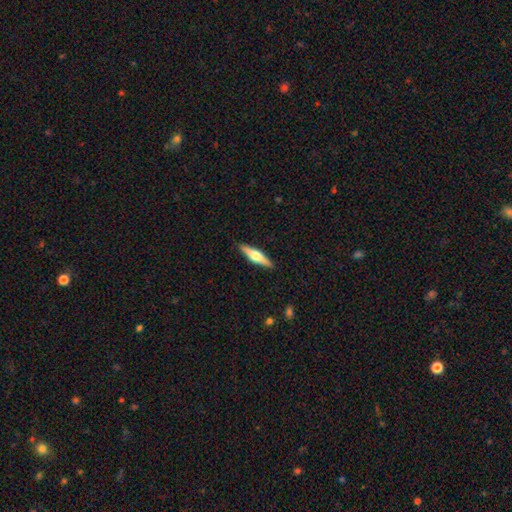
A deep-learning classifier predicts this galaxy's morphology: featured or disk 57%, smooth 37%, star or artifact 5%. Down the decision tree: edge-on disk — yes (97%); edge-on bulge — rounded (92%); merging — none (90%).